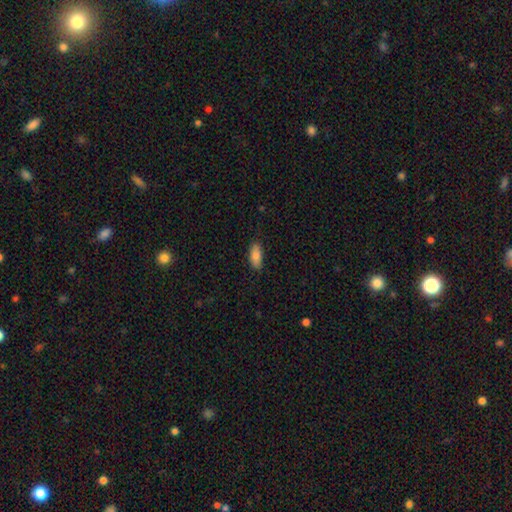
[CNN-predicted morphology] Overall: smooth (82%). How rounded: in between (85%). Merging: none (84%).